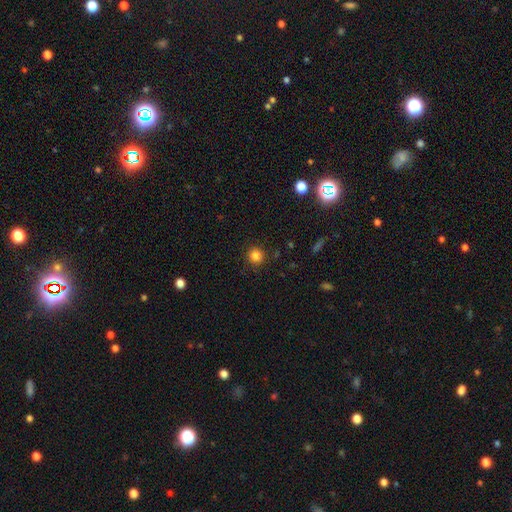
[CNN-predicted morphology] Smooth or featured? Predicted: smooth (p=0.84). How rounded? Predicted: round (p=0.93). Merging? Predicted: none (p=0.89).